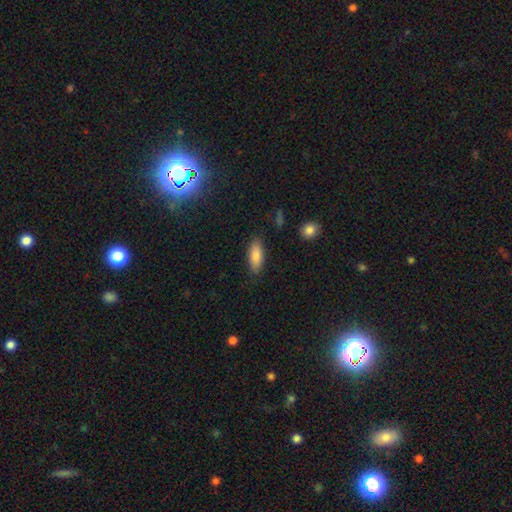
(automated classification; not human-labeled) smooth 84%, featured or disk 9%, star or artifact 7%. Down the decision tree: how rounded — in between (77%); merging — none (85%).